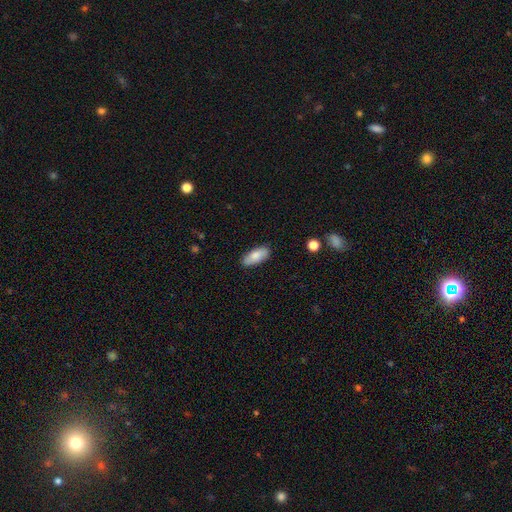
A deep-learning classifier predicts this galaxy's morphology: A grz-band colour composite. It shows a smooth galaxy with no disk features (81%) that is in between round and cigar-shaped (82%). Merging: none (86%).